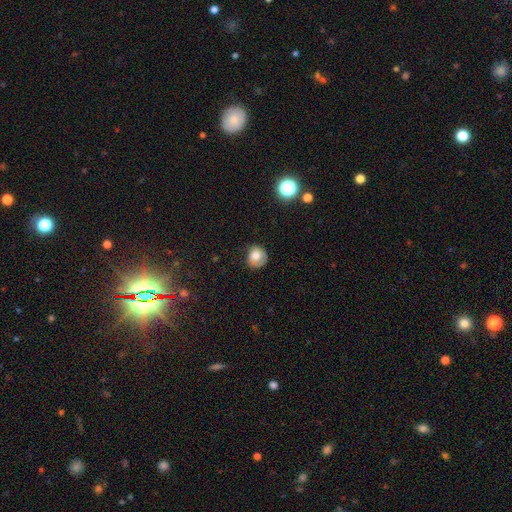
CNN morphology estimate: The model was most divided on "merging": none: 67%, minor disturbance: 23%, major disturbance: 8%, merger: 2%. More confident: how rounded — round (78%); smooth or featured — smooth (70%).